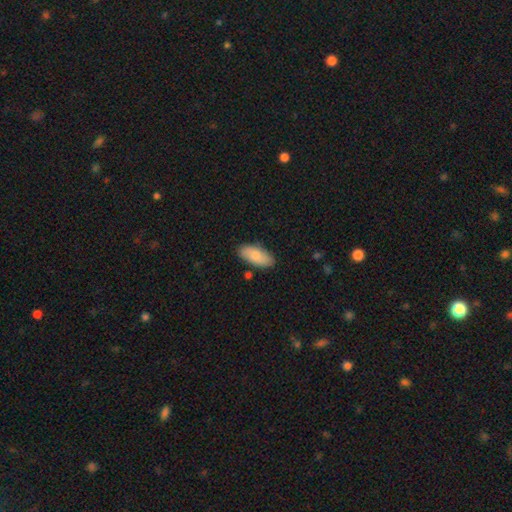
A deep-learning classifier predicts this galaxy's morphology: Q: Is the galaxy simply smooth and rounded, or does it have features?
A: smooth — 81%.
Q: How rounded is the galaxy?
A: in between — 89%.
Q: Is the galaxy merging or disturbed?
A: none — 83%.